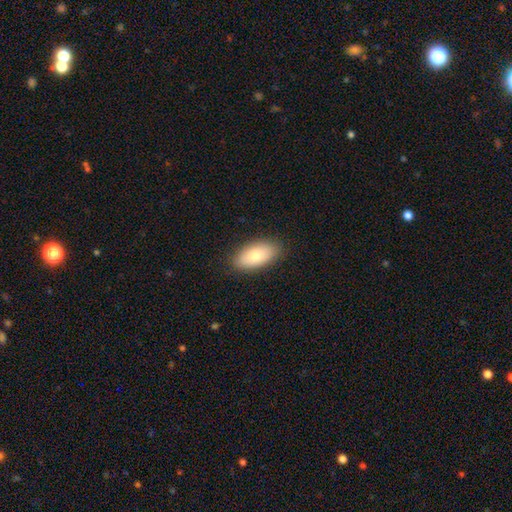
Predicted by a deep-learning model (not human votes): smooth_or_featured: smooth (p=0.80) [alt: featured or disk p=0.13]
how_rounded: in between (p=0.93) [alt: cigar-shaped p=0.04]
merging: none (p=0.87) [alt: minor disturbance p=0.10]